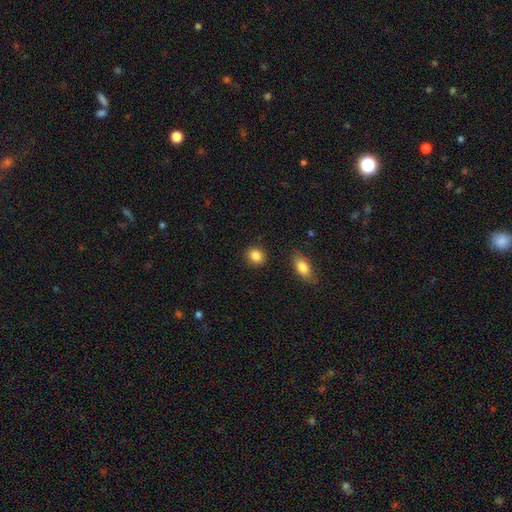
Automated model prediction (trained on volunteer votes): Q: Smooth or featured?
A: smooth (86%); runner-up: star or artifact (9%)
Q: How rounded?
A: round (65%); runner-up: in between (34%)
Q: Merging?
A: none (87%); runner-up: minor disturbance (8%)